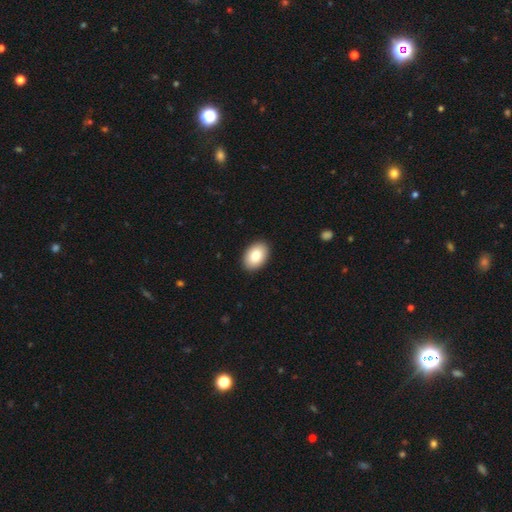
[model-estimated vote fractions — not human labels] Overall: smooth (83%). How rounded: in between (86%). Merging: none (91%).